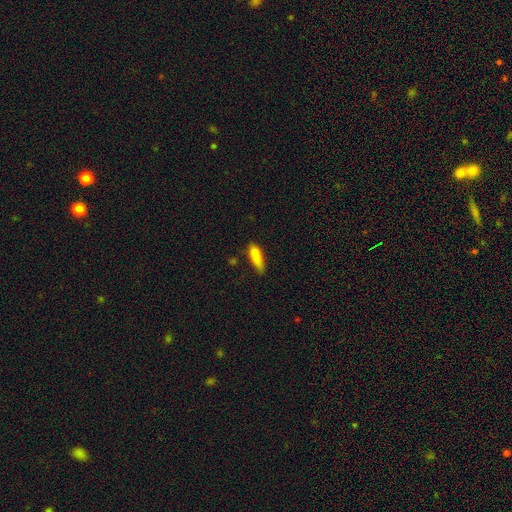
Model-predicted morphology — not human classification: This is clearly a smooth galaxy (85%). How rounded: likely cigar-shaped (62%). Merging: likely none (61%).